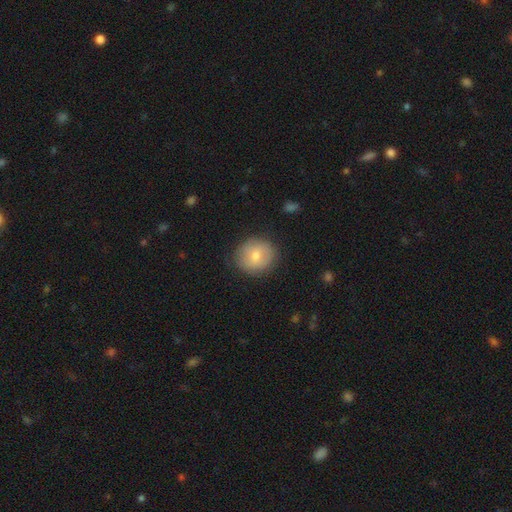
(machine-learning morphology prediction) A smooth galaxy with no disk features (68%) that is round (81%).

Vote fractions:
- Smooth or featured? smooth: 68% / featured or disk: 23% / star or artifact: 8%
- How rounded? round: 81% / in between: 18% / cigar-shaped: 1%
- Merging? none: 84% / minor disturbance: 11% / major disturbance: 3% / merger: 1%